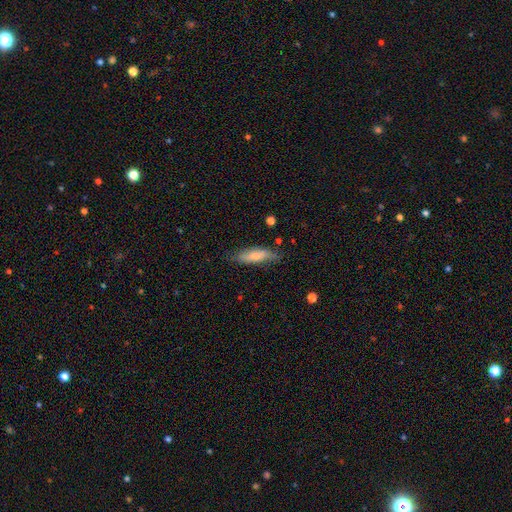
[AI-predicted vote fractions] smooth_or_featured: smooth (p=0.75) [alt: featured or disk p=0.18]
how_rounded: cigar-shaped (p=0.54) [alt: in between p=0.44]
merging: none (p=0.68) [alt: minor disturbance p=0.24]